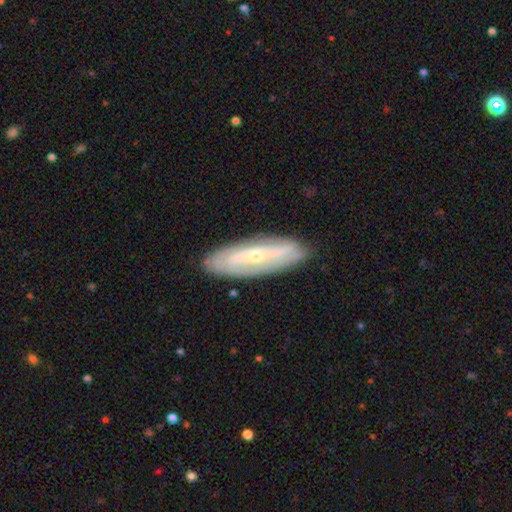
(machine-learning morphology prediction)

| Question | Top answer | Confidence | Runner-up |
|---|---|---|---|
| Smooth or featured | featured or disk | 73% | smooth (21%) |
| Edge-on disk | no | 74% | yes (26%) |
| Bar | no | 40% | weak (33%) |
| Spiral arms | yes | 75% | no (25%) |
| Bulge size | small | 66% | moderate (30%) |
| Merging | none | 85% | minor disturbance (11%) |